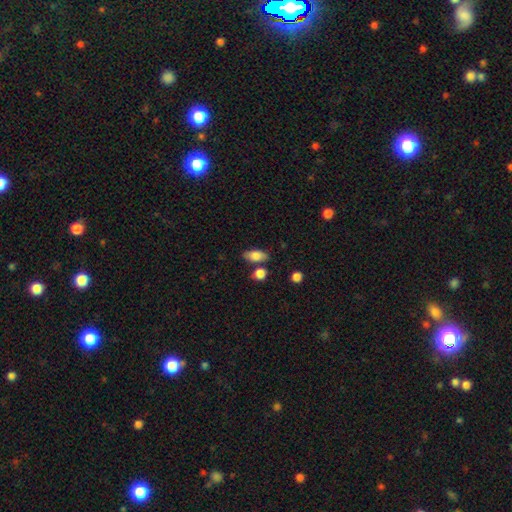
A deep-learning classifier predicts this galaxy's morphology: This is clearly a smooth galaxy (81%). How rounded: clearly in between (85%). Merging: likely none (72%).